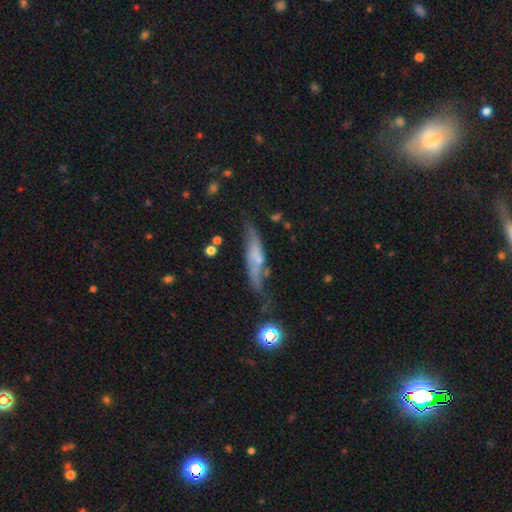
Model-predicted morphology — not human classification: The model was most divided on "smooth or featured": featured or disk: 55%, smooth: 34%, star or artifact: 11%. More confident: edge-on disk — yes (62%); merging — none (56%).